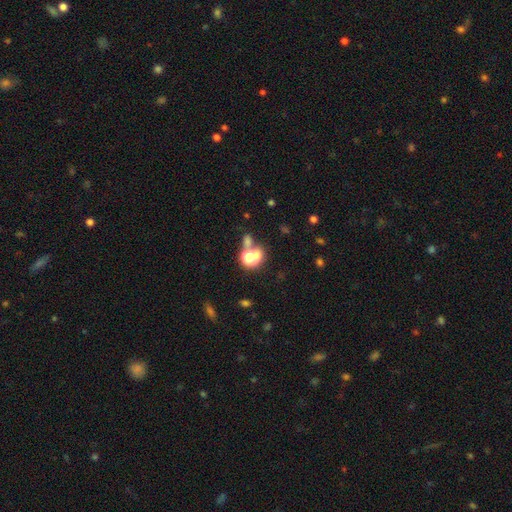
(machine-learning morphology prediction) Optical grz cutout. It shows a smooth galaxy with no disk features (61%) that is round (54%). Merging: merger (44%).